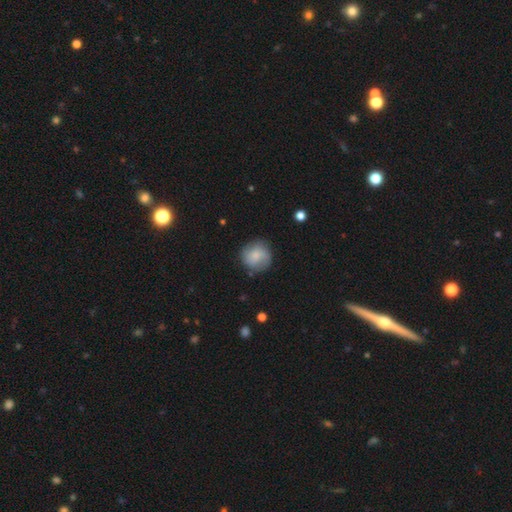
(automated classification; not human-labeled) Smooth or featured?
  - smooth: 71% *
  - featured or disk: 21%
  - star or artifact: 7%
How rounded?
  - round: 90% *
  - in between: 9%
  - cigar-shaped: 1%
Merging?
  - none: 75% *
  - minor disturbance: 17%
  - major disturbance: 6%
  - merger: 2%